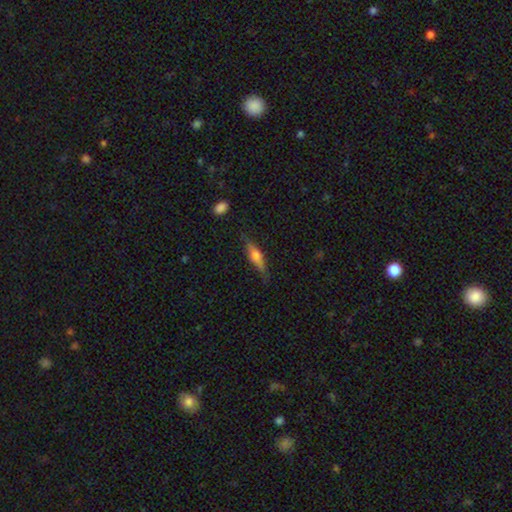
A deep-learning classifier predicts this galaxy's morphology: This is possibly a featured or disk galaxy (51%). It is clearly viewed edge-on (93%). Merging: likely none (79%).